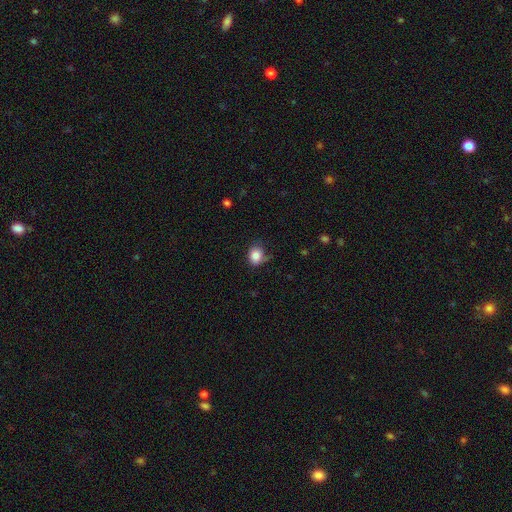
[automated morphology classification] Q: Smooth or featured?
A: smooth (84%); runner-up: star or artifact (10%)
Q: How rounded?
A: round (59%); runner-up: in between (40%)
Q: Merging?
A: none (65%); runner-up: minor disturbance (26%)